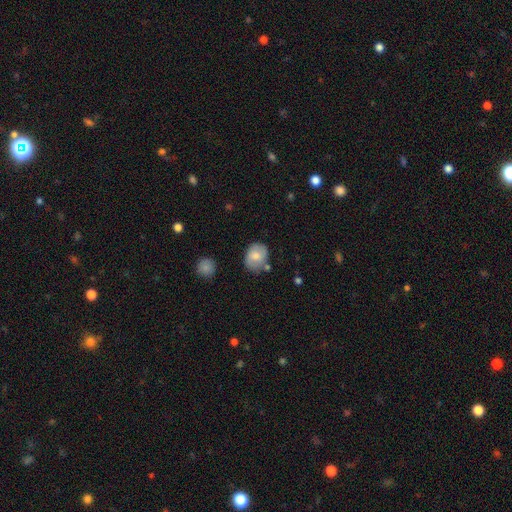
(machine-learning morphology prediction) smooth 72%, featured or disk 20%, star or artifact 8%. Down the decision tree: how rounded — round (53%); merging — none (70%).